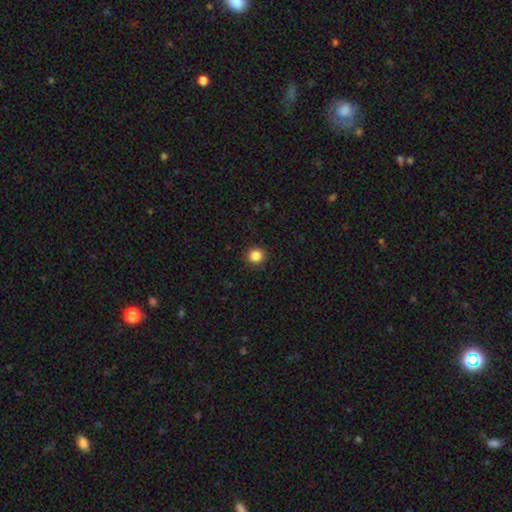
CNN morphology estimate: A smooth galaxy with no disk features (85%) that is round (92%).

Vote fractions:
- Smooth or featured? smooth: 85% / star or artifact: 11% / featured or disk: 4%
- How rounded? round: 92% / in between: 7% / cigar-shaped: 1%
- Merging? none: 92% / minor disturbance: 5% / major disturbance: 2% / merger: 1%